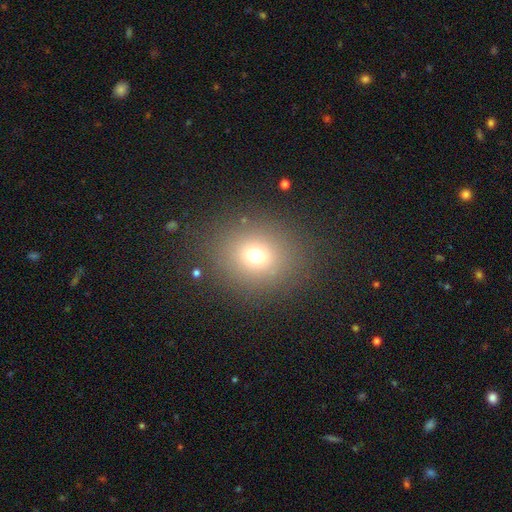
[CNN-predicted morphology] A smooth galaxy with no disk features (70%) that is round (74%). Merging: none (86%).